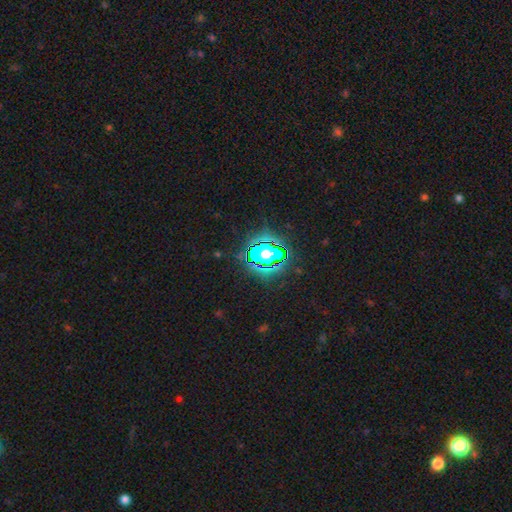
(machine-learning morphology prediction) Smooth or featured? star or artifact (82%)